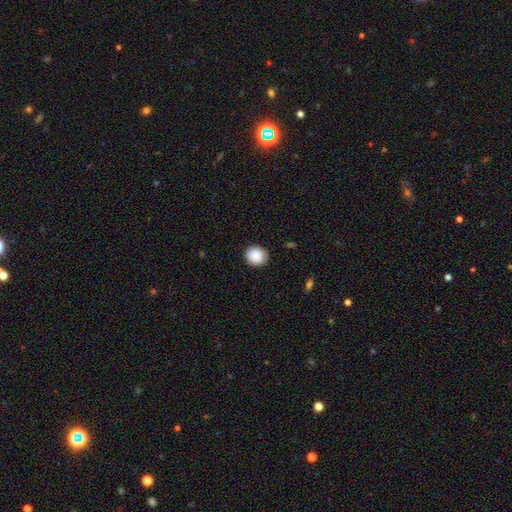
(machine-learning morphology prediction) A smooth galaxy with no disk features (87%) that is round (80%).

Vote fractions:
- Smooth or featured? smooth: 87% / star or artifact: 8% / featured or disk: 5%
- How rounded? round: 80% / in between: 19% / cigar-shaped: 1%
- Merging? none: 87% / minor disturbance: 10% / major disturbance: 2% / merger: 1%